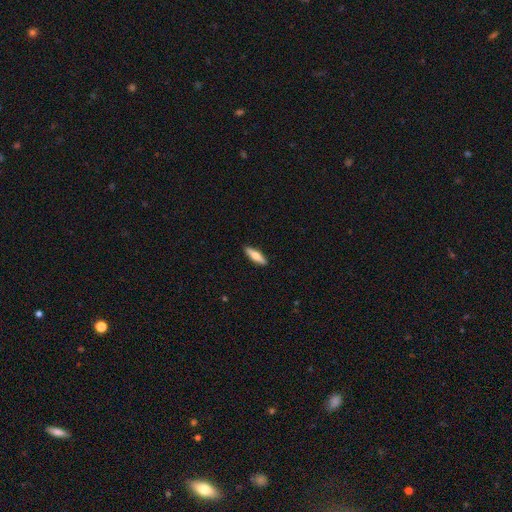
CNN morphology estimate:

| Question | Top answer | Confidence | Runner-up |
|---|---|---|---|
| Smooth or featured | smooth | 64% | featured or disk (31%) |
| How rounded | cigar-shaped | 65% | in between (33%) |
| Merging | none | 90% | minor disturbance (7%) |